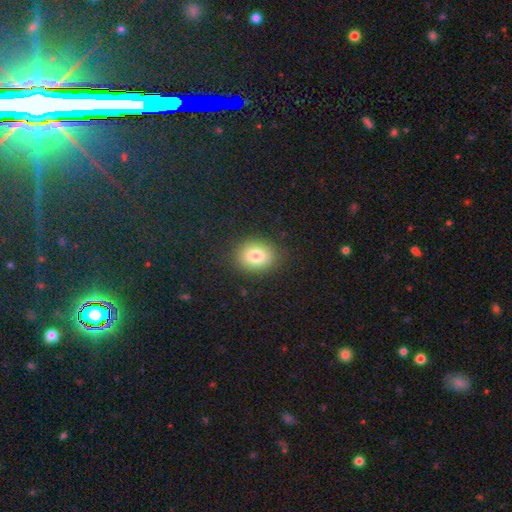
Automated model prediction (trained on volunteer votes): Q: Smooth or featured?
A: smooth (81%); runner-up: star or artifact (10%)
Q: How rounded?
A: in between (51%); runner-up: round (48%)
Q: Merging?
A: none (87%); runner-up: minor disturbance (9%)